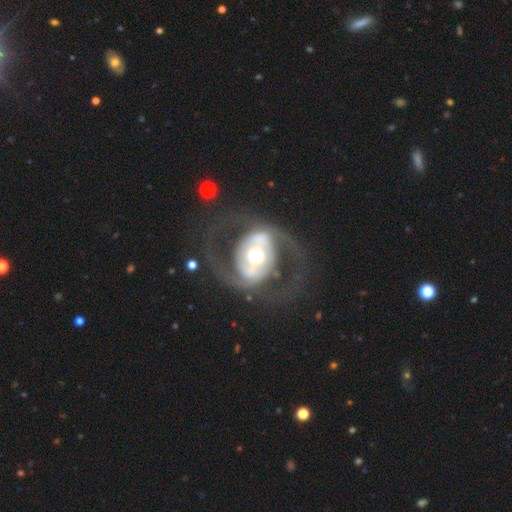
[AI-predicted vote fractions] smooth_or_featured: featured or disk (p=0.83) [alt: smooth p=0.12]
disk_edge_on: no (p=0.96) [alt: yes p=0.04]
bar: no (p=0.40) [alt: strong p=0.33]
has_spiral_arms: yes (p=0.74) [alt: no p=0.26]
spiral_winding: medium (p=0.51) [alt: loose p=0.30]
spiral_arm_count: 2 (p=0.90) [alt: can't tell p=0.05]
bulge_size: moderate (p=0.61) [alt: large p=0.27]
merging: none (p=0.70) [alt: major disturbance p=0.17]